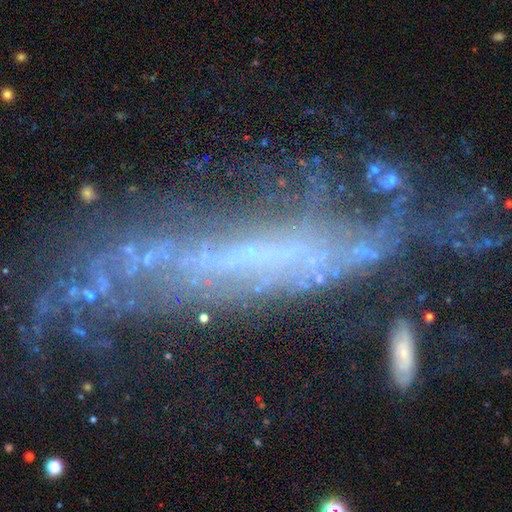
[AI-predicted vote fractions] Smooth or featured? Predicted: featured or disk (p=0.73). Edge-on disk? Predicted: no (p=0.62). Merging? Predicted: none (p=0.38).